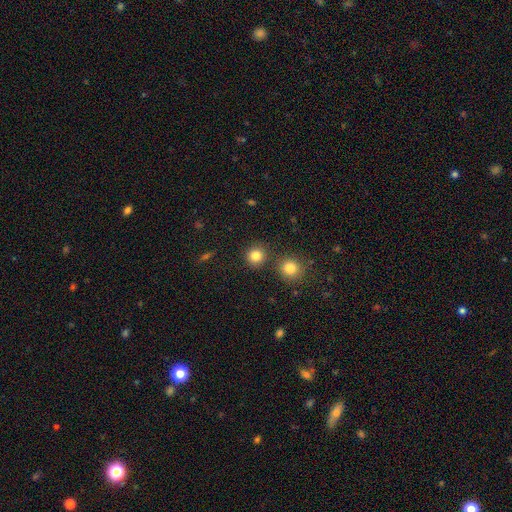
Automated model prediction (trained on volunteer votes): A smooth galaxy with no disk features (83%) that is round (92%).

Vote fractions:
- Smooth or featured? smooth: 83% / star or artifact: 12% / featured or disk: 5%
- How rounded? round: 92% / in between: 7% / cigar-shaped: 1%
- Merging? none: 83% / merger: 8% / minor disturbance: 7% / major disturbance: 2%